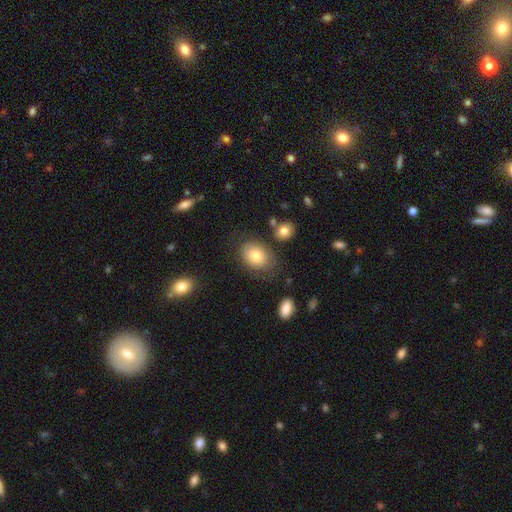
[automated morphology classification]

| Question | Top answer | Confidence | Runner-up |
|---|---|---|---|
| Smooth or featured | smooth | 77% | featured or disk (15%) |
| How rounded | in between | 70% | round (29%) |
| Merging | none | 71% | minor disturbance (18%) |